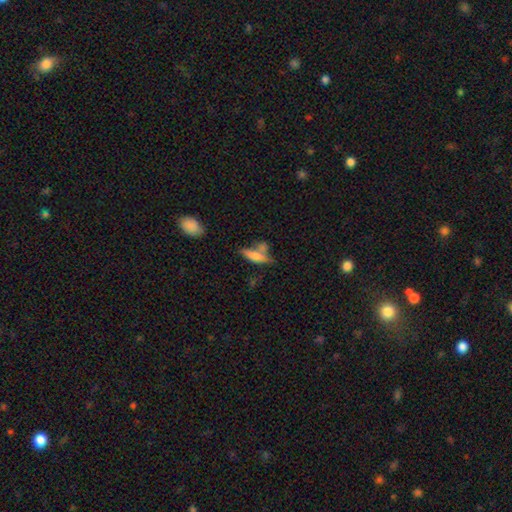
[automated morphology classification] smooth-or-featured: smooth: 68% | featured or disk: 23% | star or artifact: 9%
  how-rounded: in between: 48% (tied) | cigar-shaped: 48% (tied) | round: 3%
  merging: none: 42% | merger: 30% | minor disturbance: 18% | major disturbance: 9%